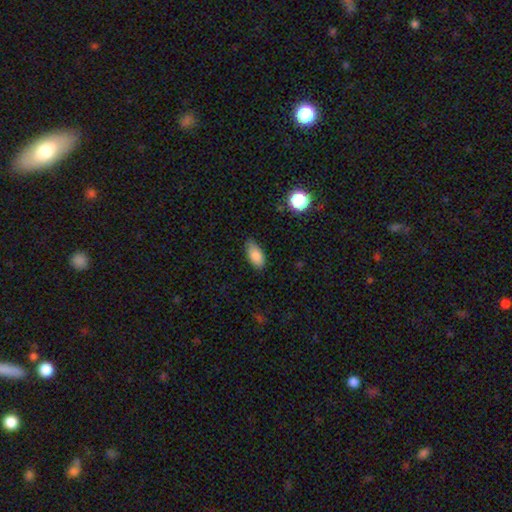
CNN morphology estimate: The model was most divided on "merging": none: 75%, minor disturbance: 20%, major disturbance: 3%, merger: 1%. More confident: how rounded — in between (90%); smooth or featured — smooth (85%).